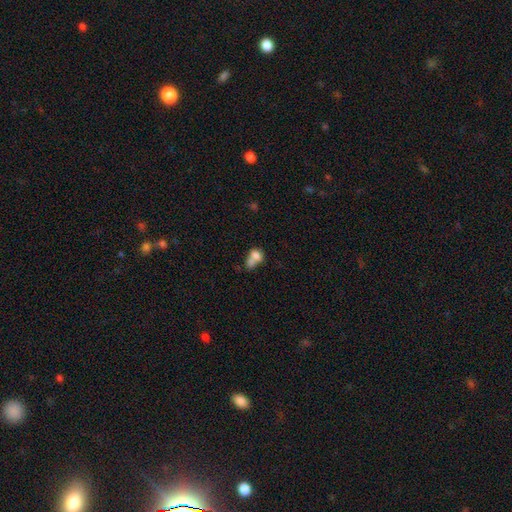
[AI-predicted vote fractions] This appears to be a smooth galaxy with no disk features (72%) that is in between round and cigar-shaped (63%). Merging: merger (66%).